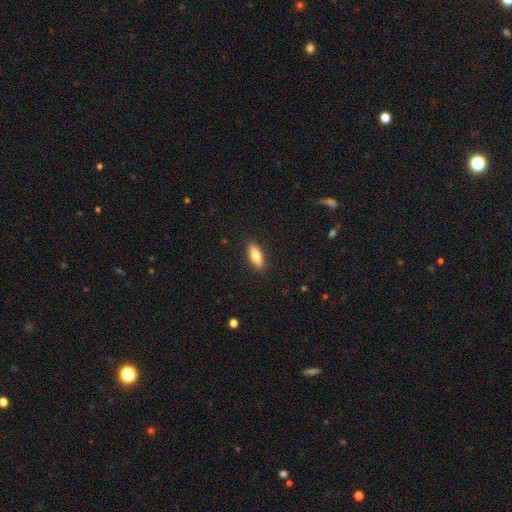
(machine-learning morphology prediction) smooth 73%, featured or disk 21%, star or artifact 6%. Down the decision tree: how rounded — in between (63%); merging — none (90%).